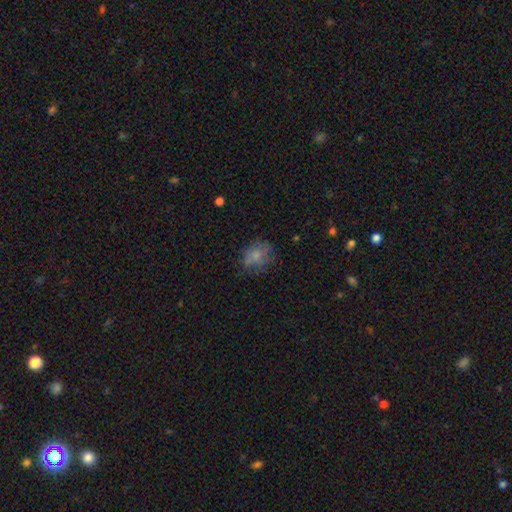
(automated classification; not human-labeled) smooth_or_featured: smooth (p=0.66) [alt: featured or disk p=0.23]
how_rounded: round (p=0.67) [alt: in between p=0.32]
merging: none (p=0.62) [alt: minor disturbance p=0.22]